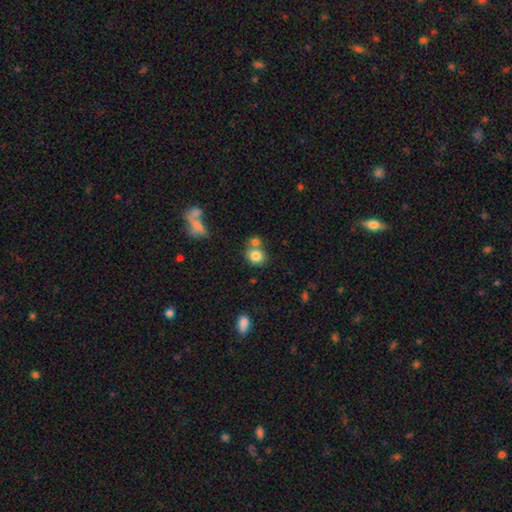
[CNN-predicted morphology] smooth-or-featured: smooth: 81% | star or artifact: 10% | featured or disk: 9%
  how-rounded: round: 76% | in between: 23% | cigar-shaped: 1%
  merging: none: 53% | merger: 33% | minor disturbance: 10% | major disturbance: 4%